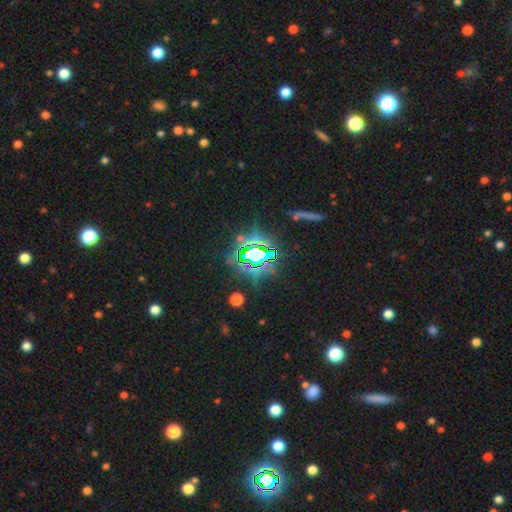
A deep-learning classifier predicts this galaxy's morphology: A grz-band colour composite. It shows a star or artifact, not a galaxy (80%).